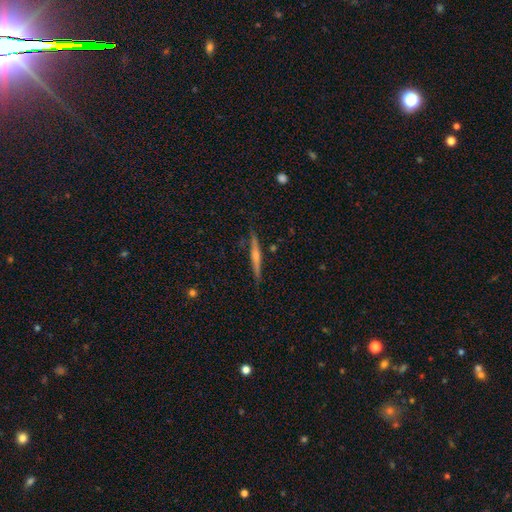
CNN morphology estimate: A featured or disk galaxy (68%) viewed edge-on (97%) with a rounded central bulge (77%). Merging: none (86%).